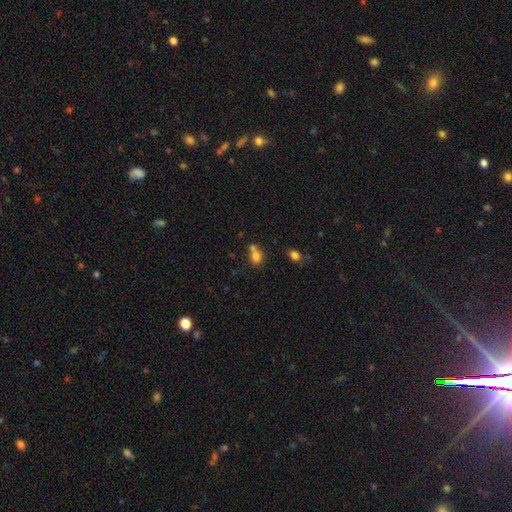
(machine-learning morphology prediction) This is likely a smooth galaxy (77%). How rounded: possibly in between (53%). Merging: possibly merger (48%).